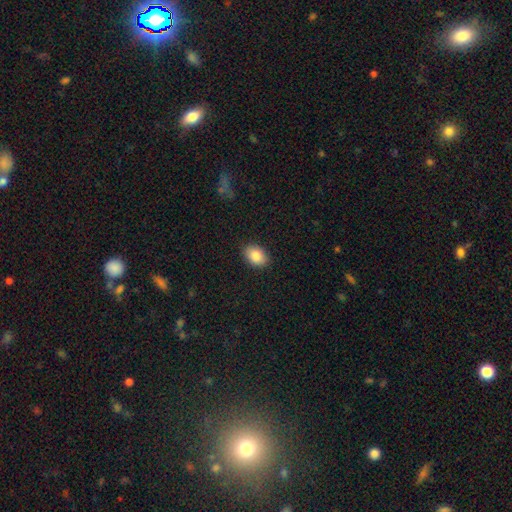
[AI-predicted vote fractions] Smooth or featured? Predicted: smooth (p=0.86). How rounded? Predicted: in between (p=0.81). Merging? Predicted: none (p=0.88).